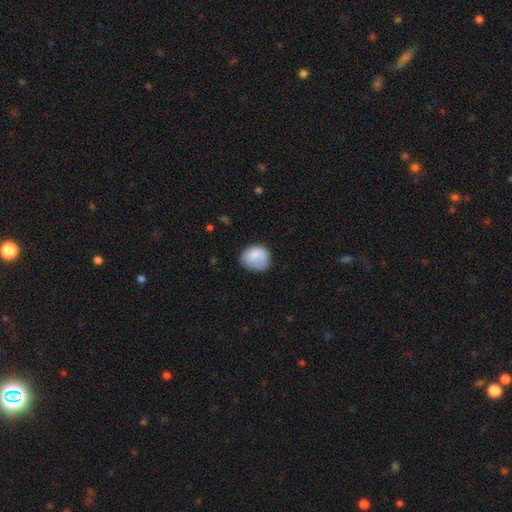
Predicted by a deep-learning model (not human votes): A smooth galaxy with no disk features (80%) that is round (66%). Merging: none (61%).